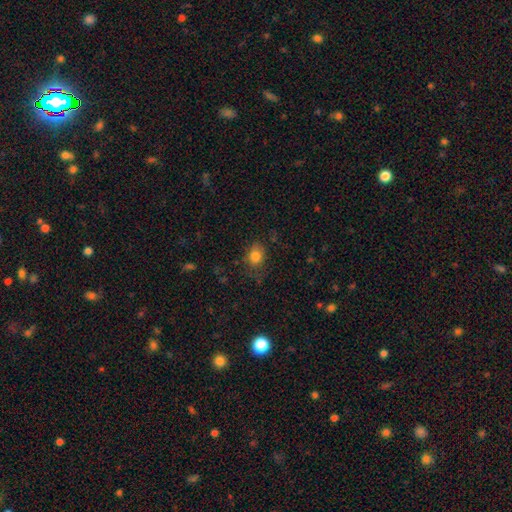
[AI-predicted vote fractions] smooth-or-featured: smooth: 82% | star or artifact: 11% | featured or disk: 7%
  how-rounded: round: 52% | in between: 47% | cigar-shaped: 1%
  merging: none: 70% | minor disturbance: 21% | major disturbance: 7% | merger: 2%